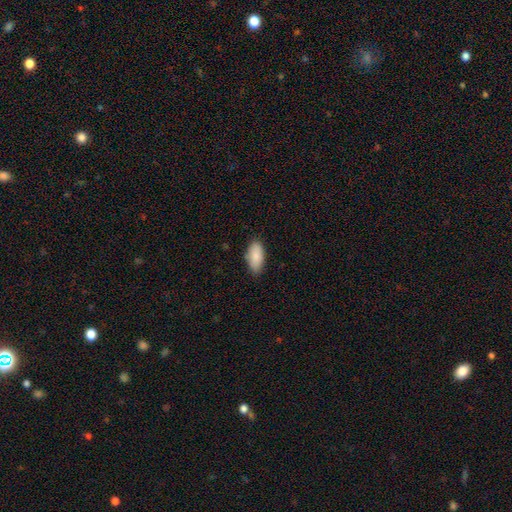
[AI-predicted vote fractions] Overall: smooth (88%). How rounded: in between (90%). Merging: none (81%).